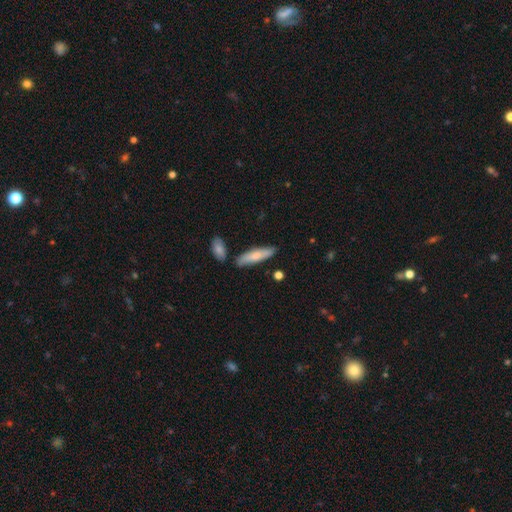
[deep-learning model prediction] Q: Smooth or featured?
A: smooth (72%); runner-up: featured or disk (22%)
Q: How rounded?
A: cigar-shaped (68%); runner-up: in between (31%)
Q: Merging?
A: none (79%); runner-up: minor disturbance (13%)